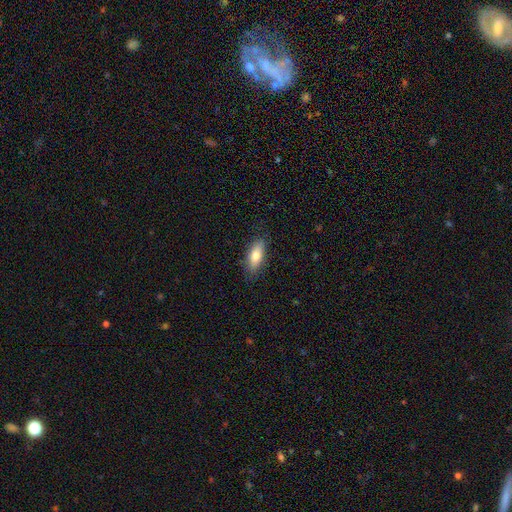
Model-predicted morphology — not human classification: smooth-or-featured: smooth: 76% | featured or disk: 17% | star or artifact: 7%
  how-rounded: in between: 75% | cigar-shaped: 22% | round: 3%
  merging: none: 81% | minor disturbance: 15% | major disturbance: 3% | merger: 1%